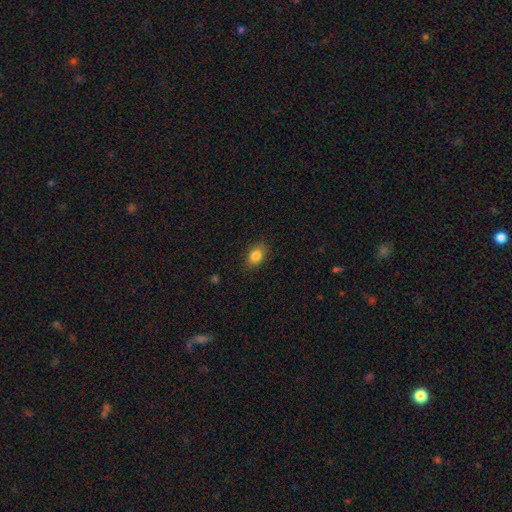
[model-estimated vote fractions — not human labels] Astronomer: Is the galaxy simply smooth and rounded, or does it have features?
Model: smooth — 84%.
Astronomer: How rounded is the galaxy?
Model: in between — 77%.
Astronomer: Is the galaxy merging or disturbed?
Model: none — 82%.